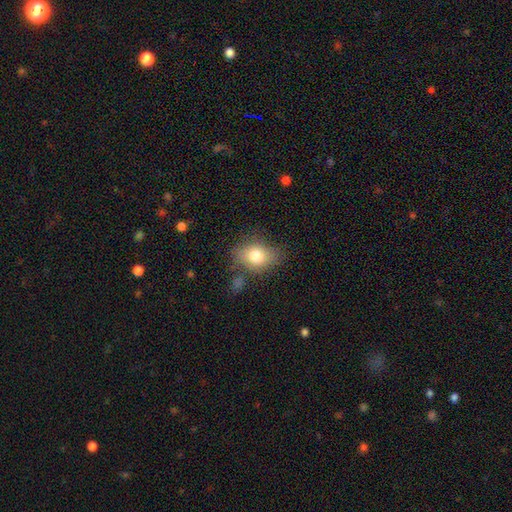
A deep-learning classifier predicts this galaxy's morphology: This appears to be a smooth galaxy with no disk features (78%) that is in between round and cigar-shaped (71%). Merging: none (66%).